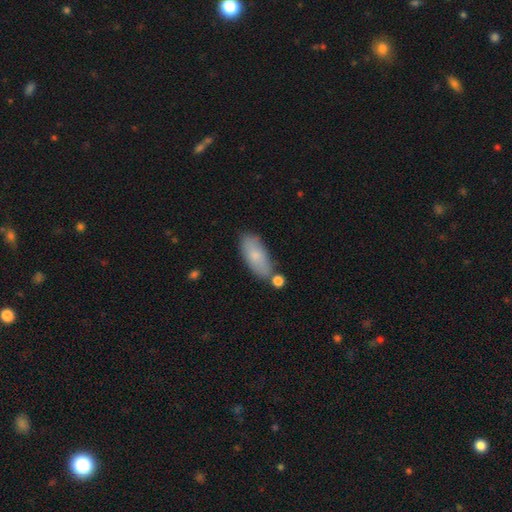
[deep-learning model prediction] smooth_or_featured: smooth (p=0.78) [alt: featured or disk p=0.16]
how_rounded: in between (p=0.83) [alt: cigar-shaped p=0.14]
merging: none (p=0.70) [alt: minor disturbance p=0.15]